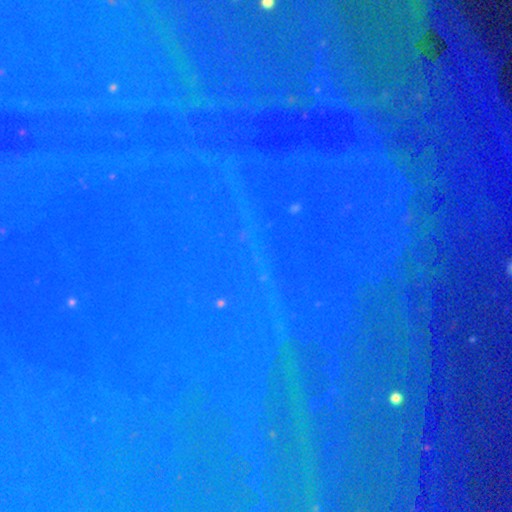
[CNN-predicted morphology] Smooth or featured? Predicted: star or artifact (p=0.82).